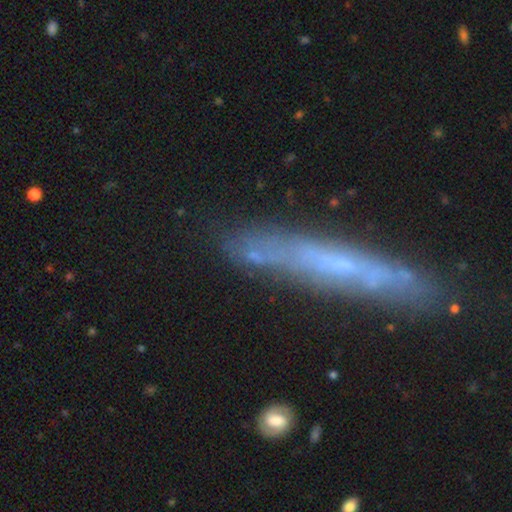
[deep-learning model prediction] Morphology: type=smooth (42%); merging=none (60%).